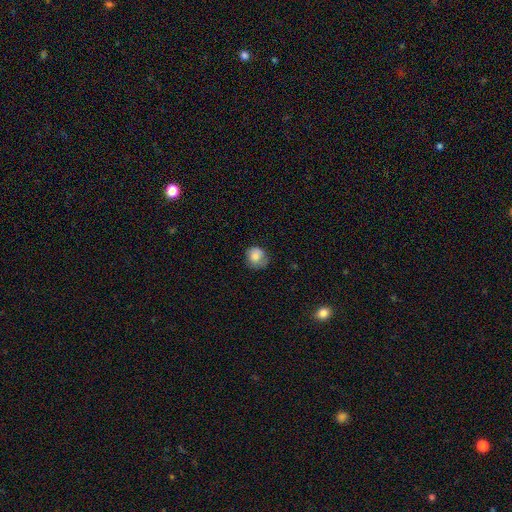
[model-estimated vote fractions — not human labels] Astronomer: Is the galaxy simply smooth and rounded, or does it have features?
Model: smooth — 79%.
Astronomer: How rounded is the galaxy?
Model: round — 80%.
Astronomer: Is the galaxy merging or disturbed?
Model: none — 64%.